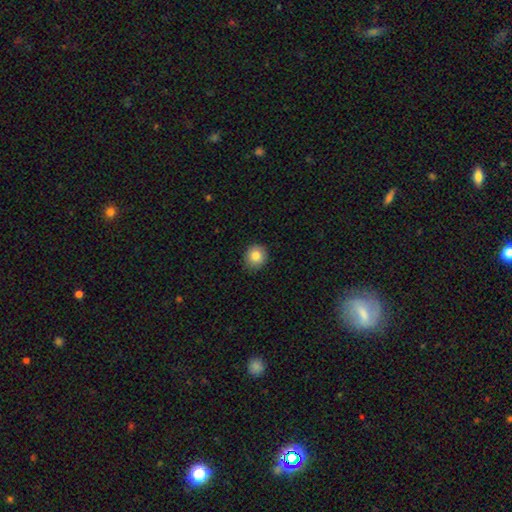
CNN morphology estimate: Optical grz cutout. It shows a smooth galaxy with no disk features (84%) that is round (86%). Merging: none (88%).